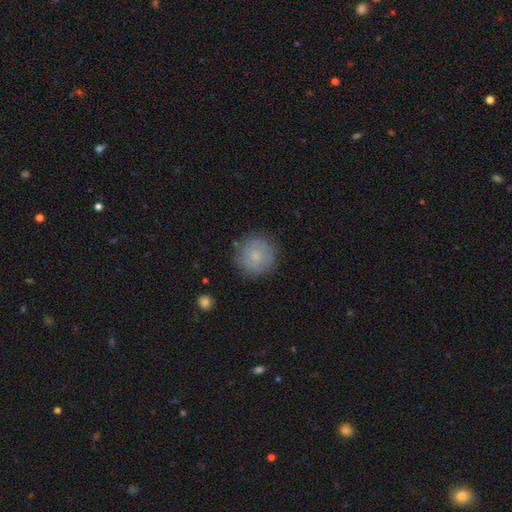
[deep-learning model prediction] Q: Smooth or featured?
A: smooth (69%); runner-up: featured or disk (23%)
Q: How rounded?
A: round (94%); runner-up: in between (5%)
Q: Merging?
A: none (84%); runner-up: minor disturbance (12%)